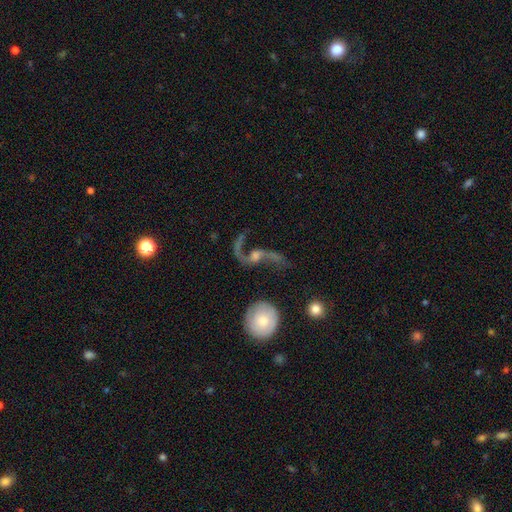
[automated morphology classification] Overall: featured or disk (83%). Edge-on disk: no (95%). Bar: no (54%; weak 33%). Spiral arms: yes (93%). Spiral arm count: 2 (87%). Spiral winding: loose (87%). Bulge size: moderate (43%; small 36%). Merging: none (48%; major disturbance 28%).